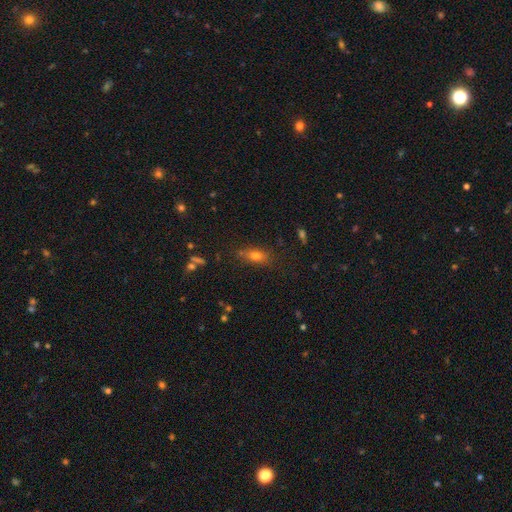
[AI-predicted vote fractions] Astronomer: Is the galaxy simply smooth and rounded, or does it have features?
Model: smooth — 72%.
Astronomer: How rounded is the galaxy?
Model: in between — 72%.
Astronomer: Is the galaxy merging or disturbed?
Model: none — 77%.